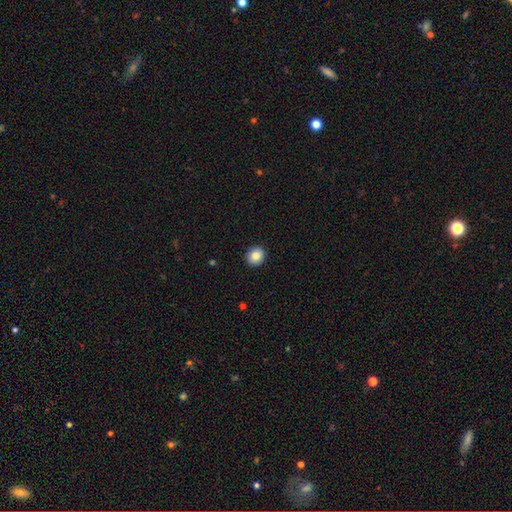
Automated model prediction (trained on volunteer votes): Smooth or featured?
  - smooth: 85% *
  - star or artifact: 9%
  - featured or disk: 6%
How rounded?
  - round: 84% *
  - in between: 15%
  - cigar-shaped: 1%
Merging?
  - none: 92% *
  - minor disturbance: 5%
  - major disturbance: 2%
  - merger: 1%